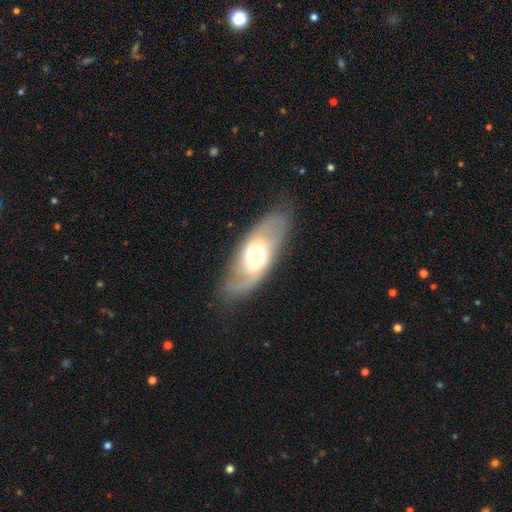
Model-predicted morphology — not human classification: type=featured or disk (67%); edge-on=no (87%); bar=no (64%); spiral arms=yes (79%); bulge=moderate (52%); merging=none (77%).